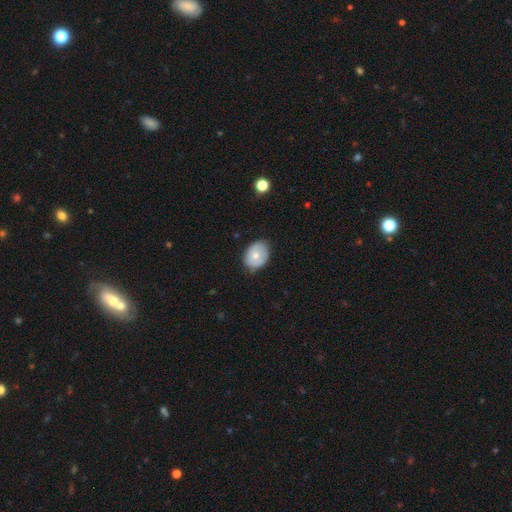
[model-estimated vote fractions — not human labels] The model was most divided on "how rounded": in between: 59%, round: 41%, cigar-shaped: 1%. More confident: merging — none (70%); smooth or featured — smooth (65%).